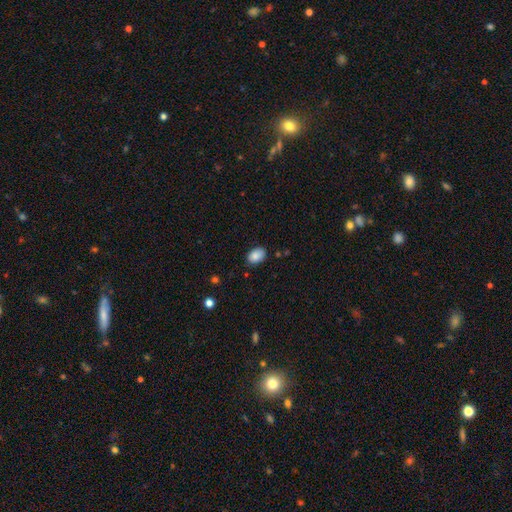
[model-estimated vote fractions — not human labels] Smooth or featured? smooth (88%)
How rounded? in between (85%)
Merging? none (82%)